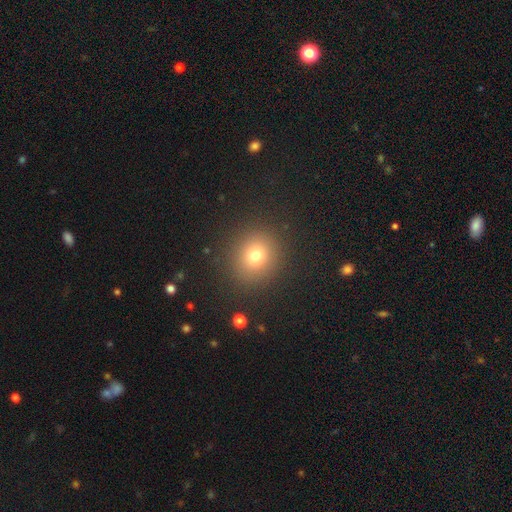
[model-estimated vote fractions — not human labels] Overall: smooth (75%). How rounded: round (84%). Merging: none (89%).